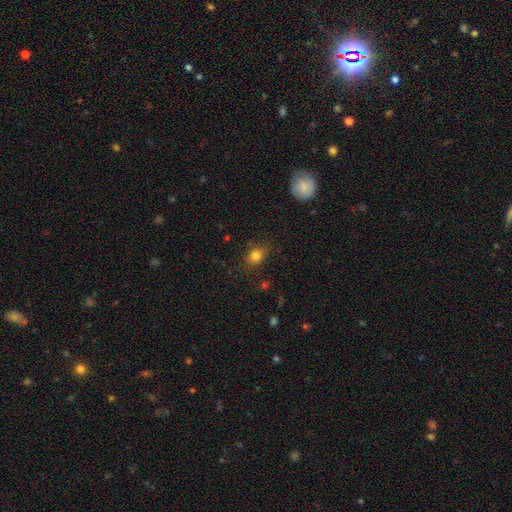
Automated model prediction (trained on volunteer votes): Overall: smooth (81%). How rounded: round (50%; in between 48%). Merging: none (80%).